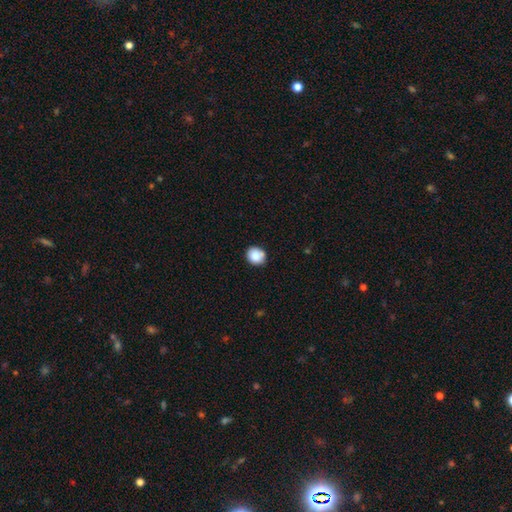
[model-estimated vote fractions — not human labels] A smooth galaxy with no disk features (86%) that is round (83%).

Vote fractions:
- Smooth or featured? smooth: 86% / star or artifact: 9% / featured or disk: 5%
- How rounded? round: 83% / in between: 16% / cigar-shaped: 1%
- Merging? none: 81% / minor disturbance: 13% / merger: 3% / major disturbance: 3%